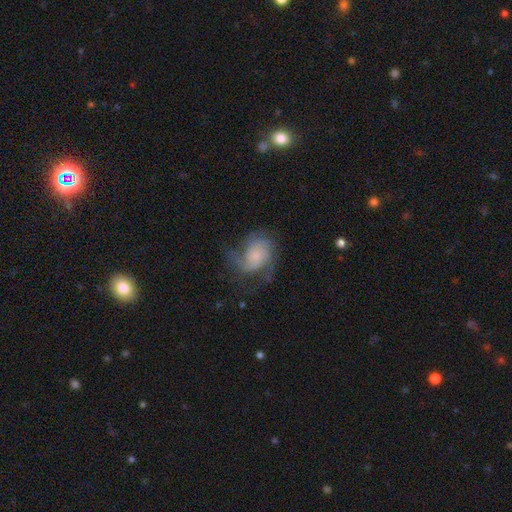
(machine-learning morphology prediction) type=featured or disk (70%); edge-on=no (98%); bar=no (76%); spiral arms=yes (92%); winding=medium (46%); arm count=2 (31%); bulge=small (61%); merging=none (54%).